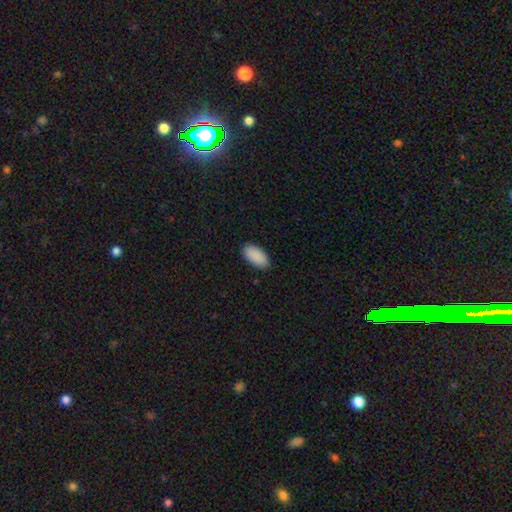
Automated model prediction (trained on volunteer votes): A smooth galaxy with no disk features (91%) that is in between round and cigar-shaped (95%).

Vote fractions:
- Smooth or featured? smooth: 91% / star or artifact: 6% / featured or disk: 3%
- How rounded? in between: 95% / cigar-shaped: 3% / round: 2%
- Merging? none: 87% / minor disturbance: 10% / major disturbance: 2% / merger: 1%